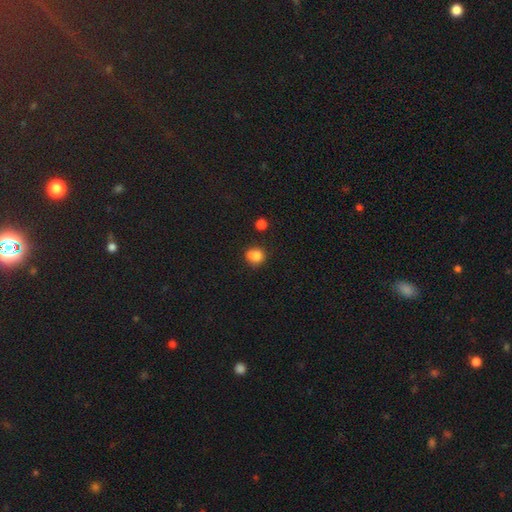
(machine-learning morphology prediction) Q: Smooth or featured?
A: smooth (81%); runner-up: star or artifact (12%)
Q: How rounded?
A: round (82%); runner-up: in between (17%)
Q: Merging?
A: none (61%); runner-up: minor disturbance (23%)